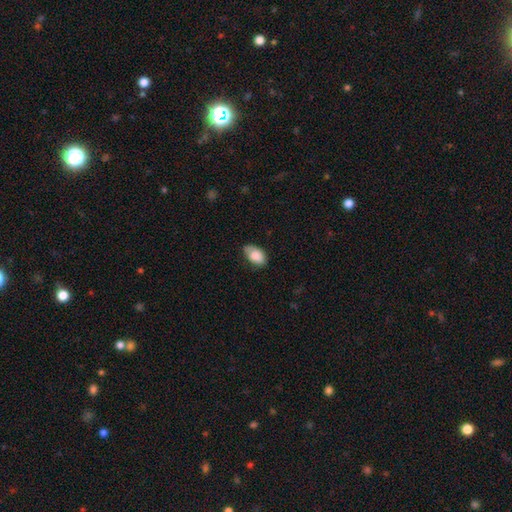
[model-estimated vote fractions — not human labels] A smooth galaxy with no disk features (83%) that is in between round and cigar-shaped (92%). Merging: none (66%).